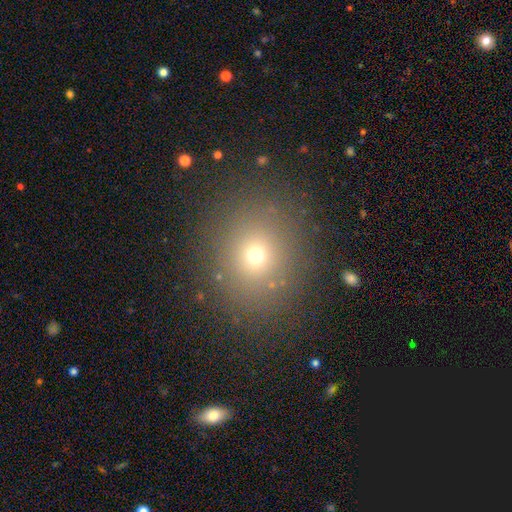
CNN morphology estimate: The model was most divided on "smooth or featured": smooth: 66%, star or artifact: 23%, featured or disk: 11%. More confident: merging — none (85%); how rounded — round (78%).